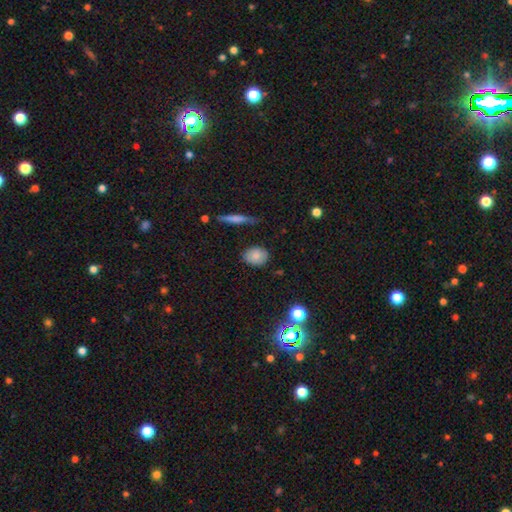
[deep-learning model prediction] smooth 83%, star or artifact 9%, featured or disk 8%. Down the decision tree: how rounded — in between (54%); merging — none (80%).